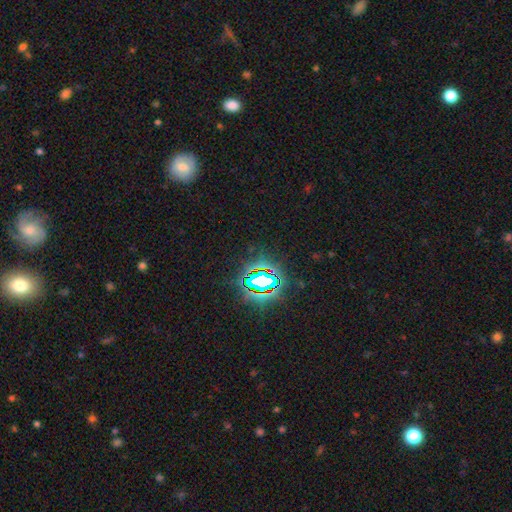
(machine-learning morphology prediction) Smooth or featured?
  - star or artifact: 83% *
  - smooth: 11%
  - featured or disk: 7%